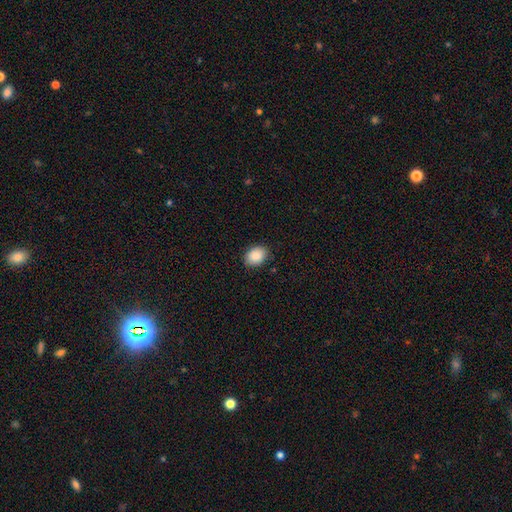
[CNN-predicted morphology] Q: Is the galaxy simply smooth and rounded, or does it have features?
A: smooth — 89%.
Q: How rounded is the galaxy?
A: in between — 64%.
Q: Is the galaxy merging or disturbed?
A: none — 87%.